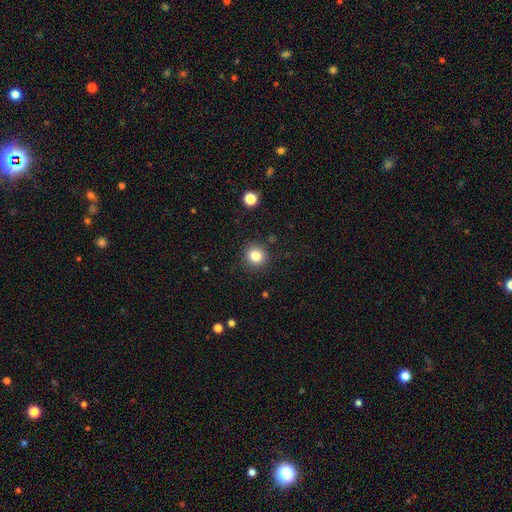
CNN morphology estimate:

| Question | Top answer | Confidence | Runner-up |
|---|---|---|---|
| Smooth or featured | smooth | 82% | star or artifact (12%) |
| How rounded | round | 92% | in between (7%) |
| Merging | none | 89% | minor disturbance (7%) |